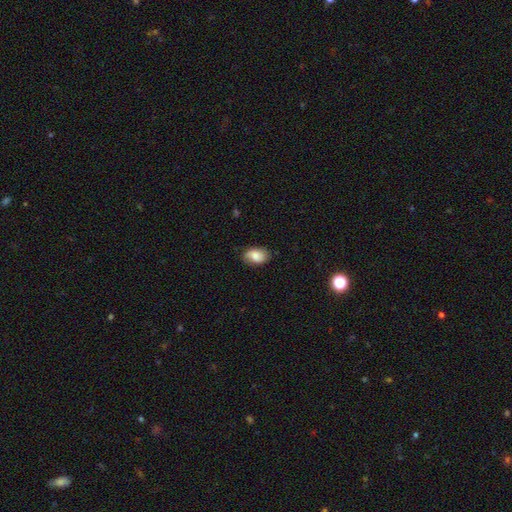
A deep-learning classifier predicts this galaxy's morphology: type=smooth (77%); roundness=in between (89%); merging=none (78%).